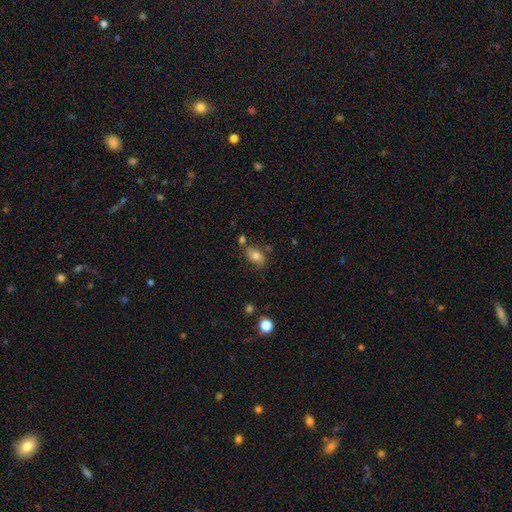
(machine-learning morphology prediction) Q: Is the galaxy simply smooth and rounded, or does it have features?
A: smooth — 72%.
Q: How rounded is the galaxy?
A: in between — 86%.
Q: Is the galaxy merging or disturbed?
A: none — 59%.